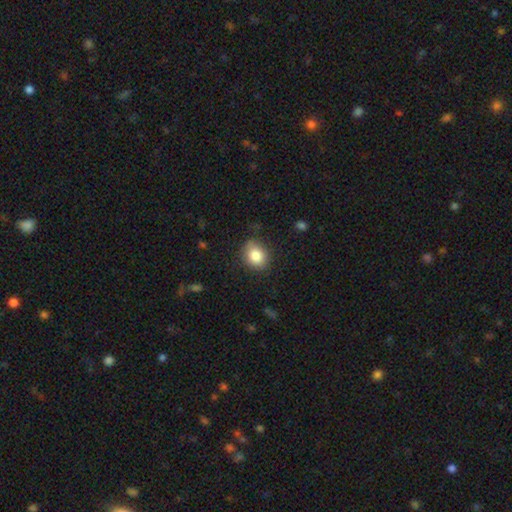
A smooth galaxy with no disk features (85%) that is round (76%). Merging: none (86%).